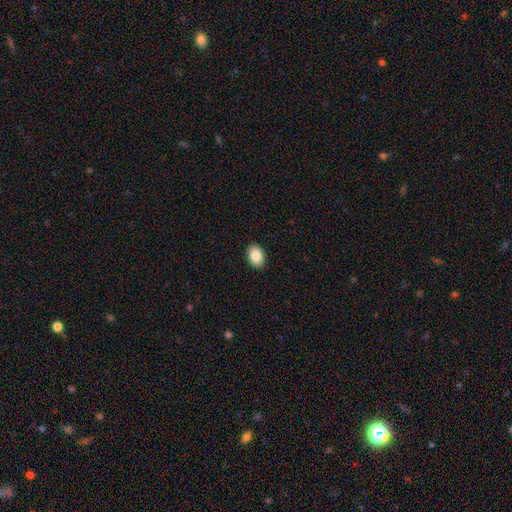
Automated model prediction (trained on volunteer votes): Q: Smooth or featured?
A: smooth (87%); runner-up: star or artifact (7%)
Q: How rounded?
A: in between (76%); runner-up: round (23%)
Q: Merging?
A: none (91%); runner-up: minor disturbance (7%)